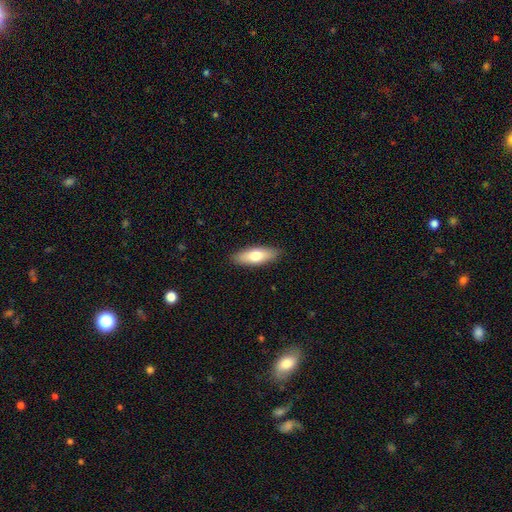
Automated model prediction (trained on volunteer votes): Smooth or featured? smooth (68%)
How rounded? in between (63%)
Merging? none (88%)